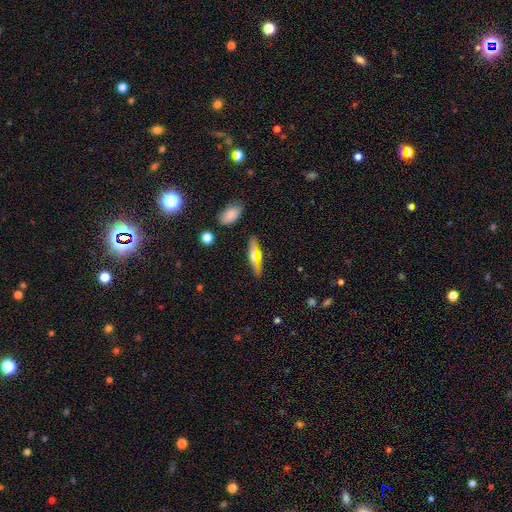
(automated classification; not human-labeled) smooth_or_featured: featured or disk (p=0.51) [alt: smooth p=0.38]
disk_edge_on: yes (p=0.86) [alt: no p=0.14]
merging: none (p=0.82) [alt: minor disturbance p=0.11]